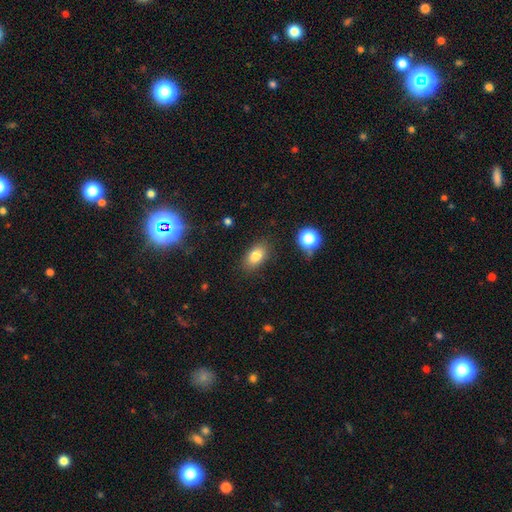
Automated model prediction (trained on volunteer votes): The model was most divided on "smooth or featured": smooth: 81%, star or artifact: 10%, featured or disk: 8%. More confident: how rounded — in between (87%); merging — none (84%).